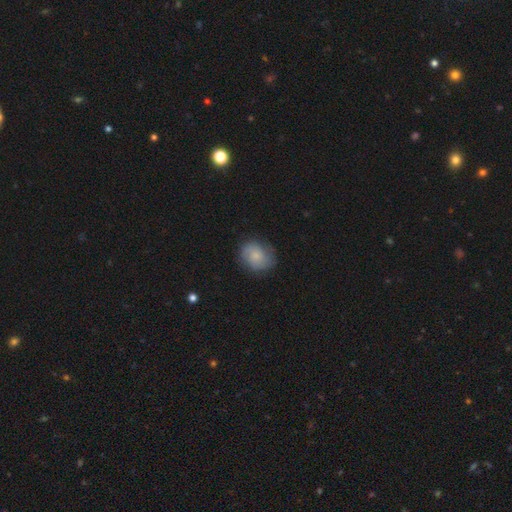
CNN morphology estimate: Overall: smooth (59%; featured or disk 34%). How rounded: round (67%; in between 32%). Merging: none (76%).